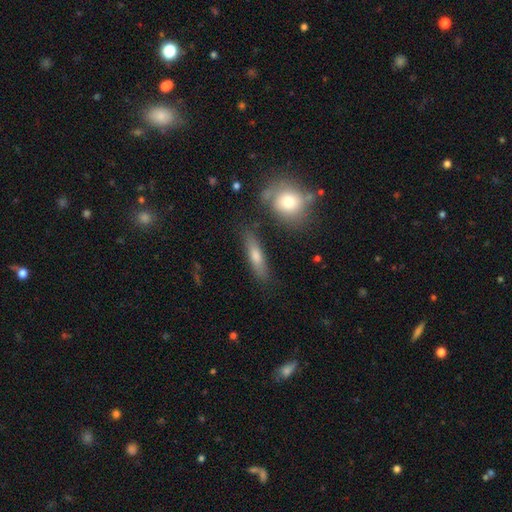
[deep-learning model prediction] This is likely a smooth galaxy (61%). How rounded: likely cigar-shaped (72%). Merging: clearly none (81%).